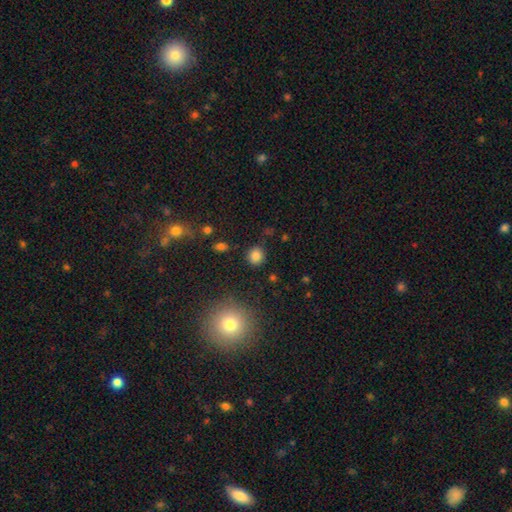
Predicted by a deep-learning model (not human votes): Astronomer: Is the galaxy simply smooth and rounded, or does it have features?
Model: smooth — 82%.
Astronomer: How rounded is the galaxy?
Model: round — 85%.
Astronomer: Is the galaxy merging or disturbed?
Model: none — 87%.